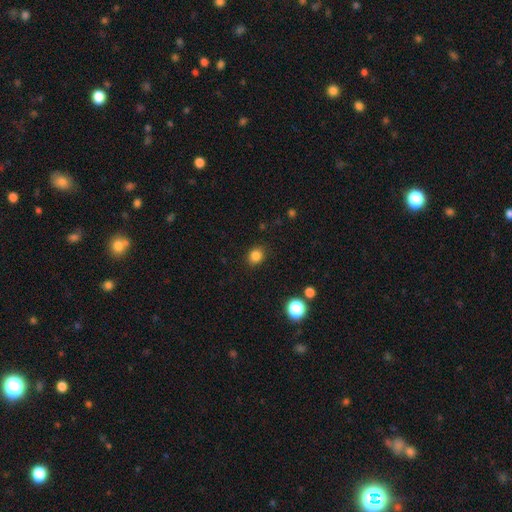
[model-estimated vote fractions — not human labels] smooth 83%, star or artifact 12%, featured or disk 4%. Down the decision tree: how rounded — round (65%); merging — none (88%).